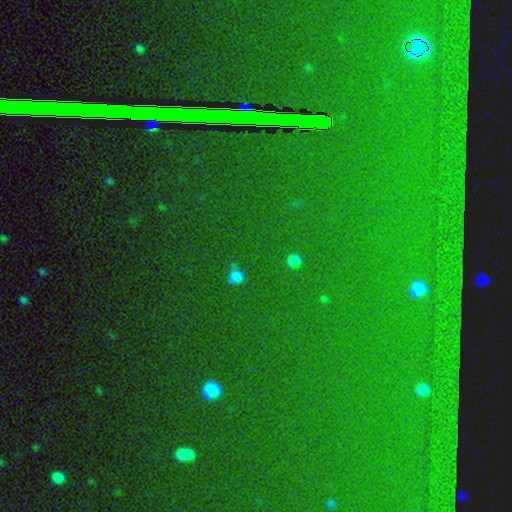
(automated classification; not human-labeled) This is likely a star or artifact rather than a galaxy (79%).